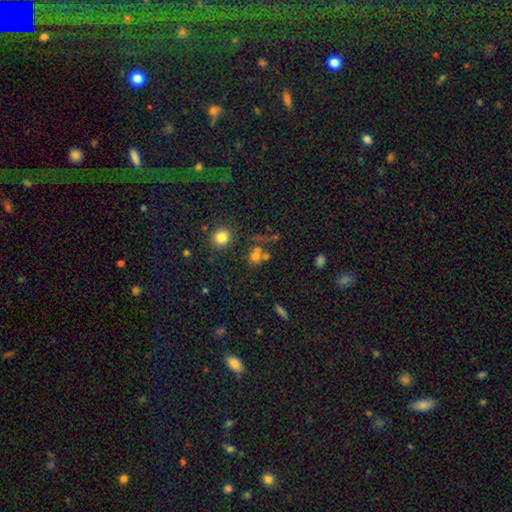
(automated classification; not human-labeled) Smooth or featured: smooth — 65% (star or artifact — 20%)
How rounded: round — 69% (in between — 29%)
Merging: none — 42% (merger — 40%)